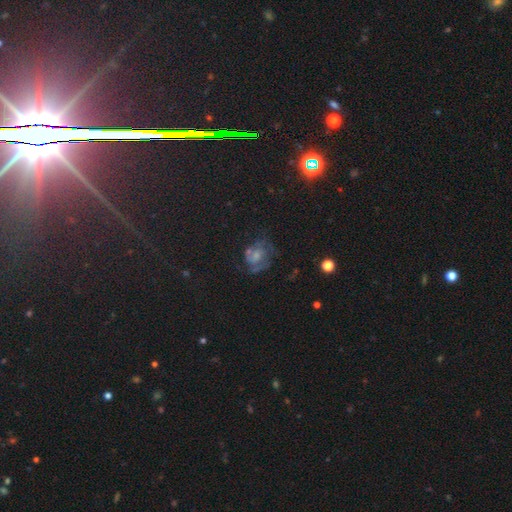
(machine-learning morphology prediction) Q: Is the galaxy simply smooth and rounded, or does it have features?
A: featured or disk — 54%.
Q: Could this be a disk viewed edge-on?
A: no — 98%.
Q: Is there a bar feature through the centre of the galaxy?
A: no — 67%.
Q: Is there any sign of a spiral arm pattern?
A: yes — 74%.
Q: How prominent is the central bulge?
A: moderate — 36%.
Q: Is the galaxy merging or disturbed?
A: none — 46%.